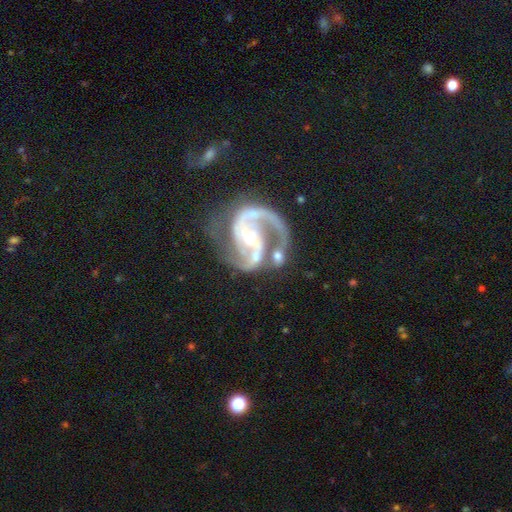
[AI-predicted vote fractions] smooth_or_featured: featured or disk (p=0.92) [alt: star or artifact p=0.05]
disk_edge_on: no (p=0.98) [alt: yes p=0.02]
bar: weak (p=0.38) [alt: strong p=0.36]
has_spiral_arms: yes (p=0.98) [alt: no p=0.02]
spiral_winding: medium (p=0.59) [alt: loose p=0.24]
spiral_arm_count: 2 (p=0.85) [alt: 3 p=0.05]
bulge_size: small (p=0.56) [alt: moderate p=0.39]
merging: none (p=0.43) [alt: merger p=0.19]